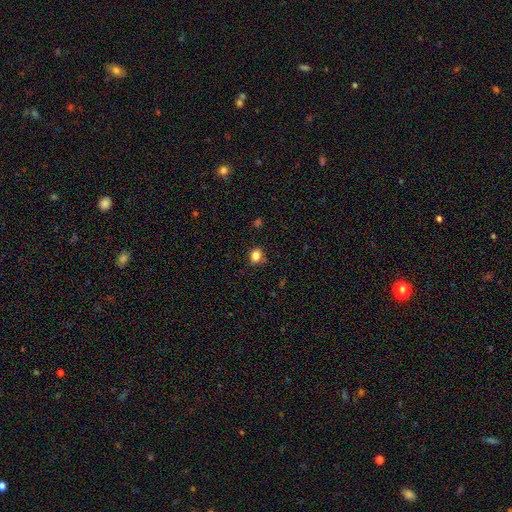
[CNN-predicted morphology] This is clearly a smooth galaxy (83%). How rounded: likely round (63%). Merging: clearly none (80%).